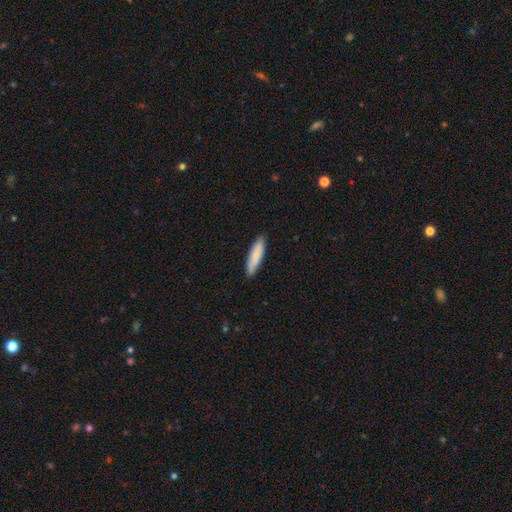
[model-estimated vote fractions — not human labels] smooth_or_featured: smooth (p=0.82) [alt: featured or disk p=0.12]
how_rounded: cigar-shaped (p=0.70) [alt: in between p=0.28]
merging: none (p=0.86) [alt: minor disturbance p=0.11]